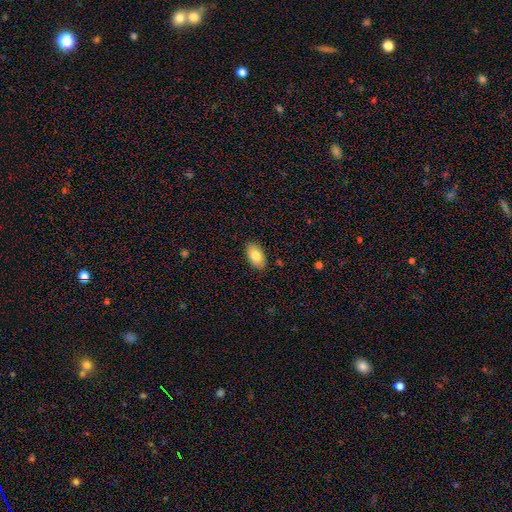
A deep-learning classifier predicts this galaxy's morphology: type=smooth (82%); roundness=in between (94%); merging=none (88%).